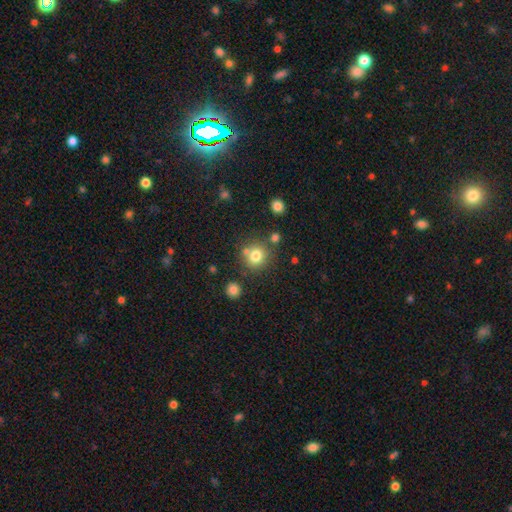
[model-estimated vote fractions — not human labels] This appears to be a smooth galaxy with no disk features (78%) that is round (88%). Merging: none (71%).